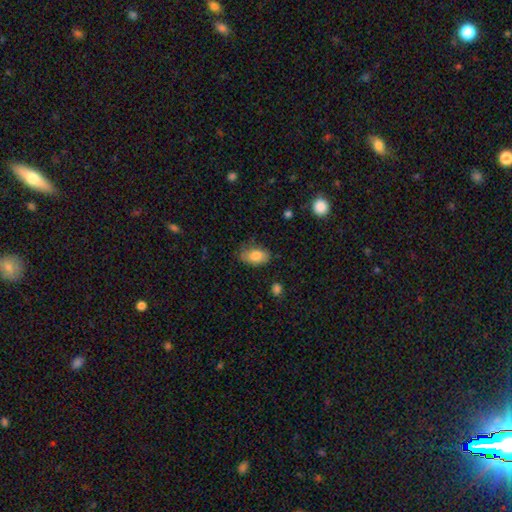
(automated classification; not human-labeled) smooth_or_featured: smooth (p=0.81) [alt: featured or disk p=0.11]
how_rounded: in between (p=0.91) [alt: round p=0.07]
merging: none (p=0.74) [alt: minor disturbance p=0.20]